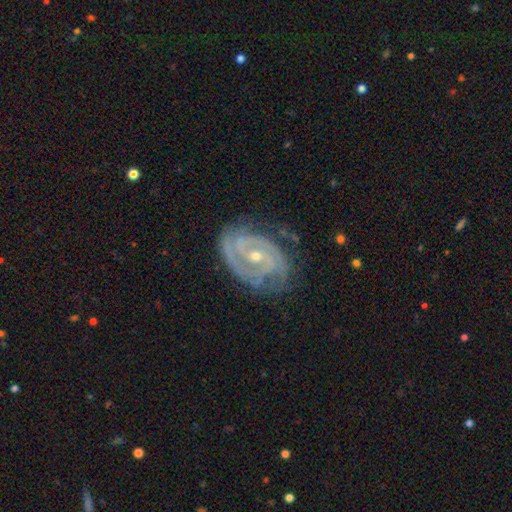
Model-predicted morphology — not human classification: type=featured or disk (91%); edge-on=no (97%); bar=no (49%); spiral arms=yes (98%); winding=tight (69%); arm count=2 (58%); bulge=small (53%); merging=none (73%).